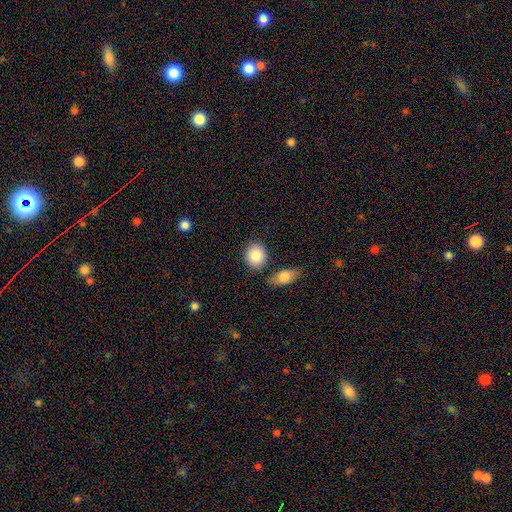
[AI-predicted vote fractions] This is clearly a smooth galaxy (86%). How rounded: likely round (63%). Merging: likely none (74%).